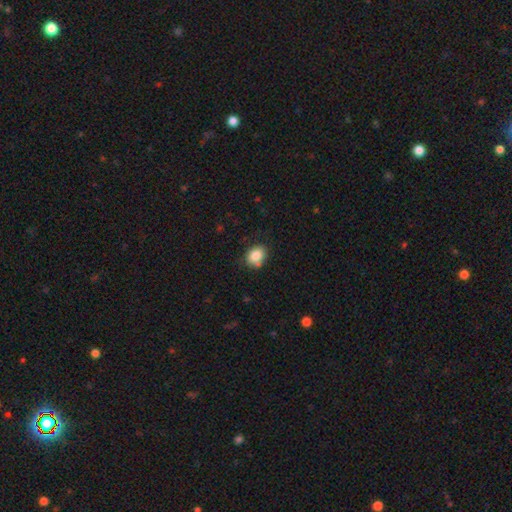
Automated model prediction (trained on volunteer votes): Smooth or featured: smooth — 85% (star or artifact — 9%)
How rounded: in between — 53% (round — 46%)
Merging: none — 71% (minor disturbance — 18%)